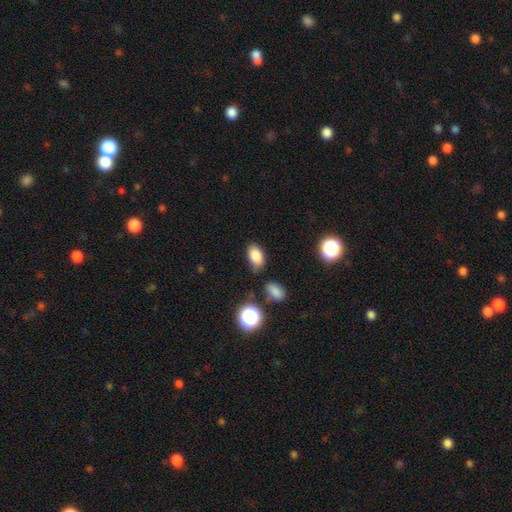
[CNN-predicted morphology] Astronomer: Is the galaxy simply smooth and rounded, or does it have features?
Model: smooth — 84%.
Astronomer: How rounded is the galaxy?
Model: in between — 88%.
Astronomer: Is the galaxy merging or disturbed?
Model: none — 76%.